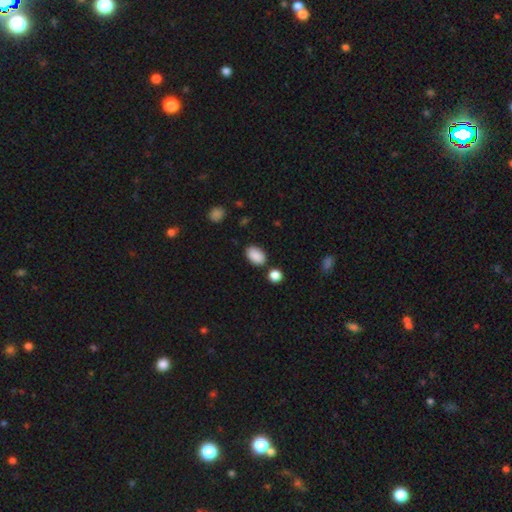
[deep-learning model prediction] The model was most divided on "merging": none: 81%, minor disturbance: 11%, merger: 5%, major disturbance: 3%. More confident: how rounded — in between (89%); smooth or featured — smooth (89%).